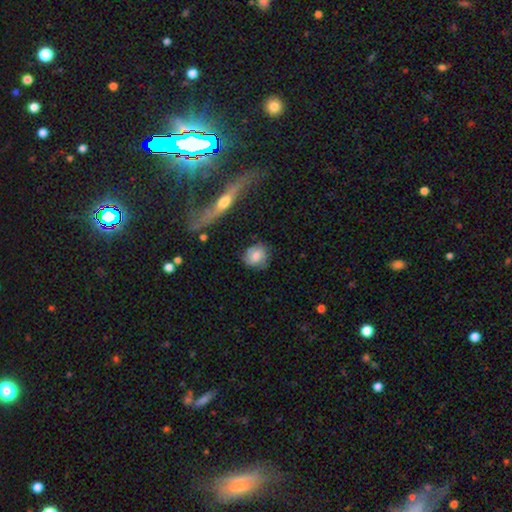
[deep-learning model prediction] smooth_or_featured: smooth (p=0.62) [alt: featured or disk p=0.31]
how_rounded: round (p=0.76) [alt: in between p=0.22]
merging: none (p=0.70) [alt: minor disturbance p=0.20]